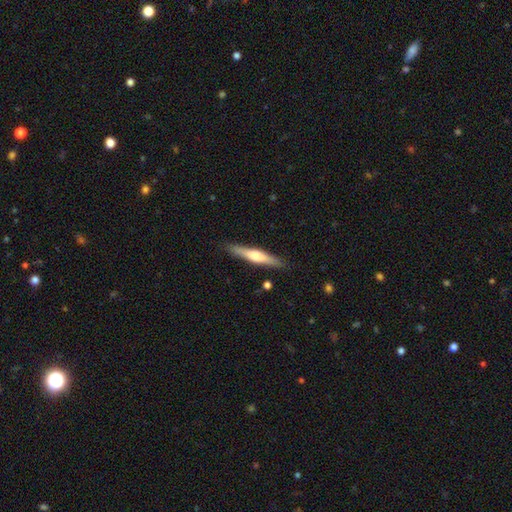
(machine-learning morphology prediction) Q: Smooth or featured?
A: featured or disk (56%); runner-up: smooth (39%)
Q: Edge-on disk?
A: yes (97%); runner-up: no (3%)
Q: Edge-on bulge?
A: rounded (83%); runner-up: boxy (10%)
Q: Merging?
A: none (88%); runner-up: minor disturbance (9%)